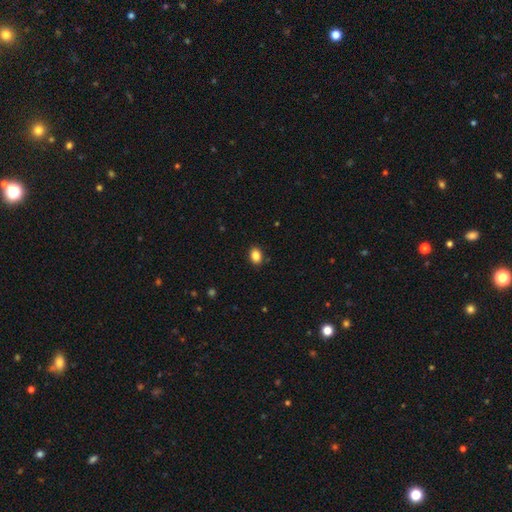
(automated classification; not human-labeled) Smooth or featured?
  - smooth: 86% *
  - star or artifact: 9%
  - featured or disk: 4%
How rounded?
  - in between: 71% *
  - round: 28%
  - cigar-shaped: 1%
Merging?
  - none: 88% *
  - minor disturbance: 9%
  - major disturbance: 2%
  - merger: 1%